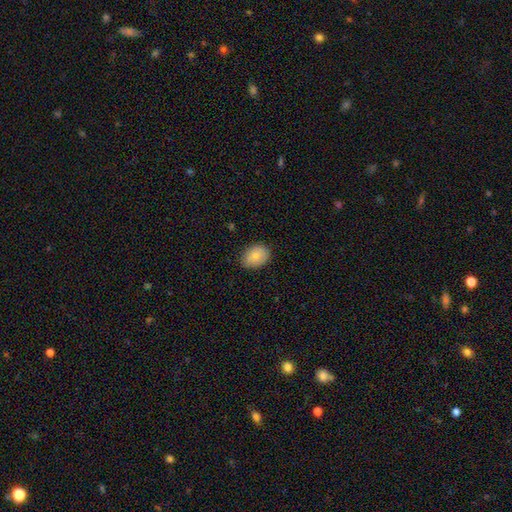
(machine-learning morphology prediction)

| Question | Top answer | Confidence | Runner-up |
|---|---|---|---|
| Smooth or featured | smooth | 81% | featured or disk (12%) |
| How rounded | in between | 72% | round (27%) |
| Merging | none | 81% | minor disturbance (15%) |